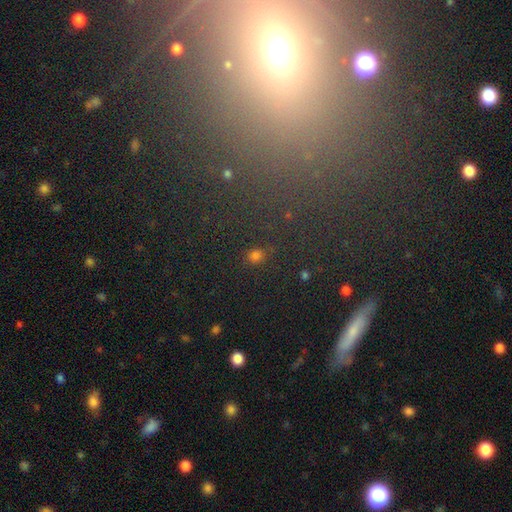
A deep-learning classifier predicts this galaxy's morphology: A star or artifact, not a galaxy (43%).

Vote fractions:
- Smooth or featured? star or artifact: 43% / smooth: 42% / featured or disk: 15%